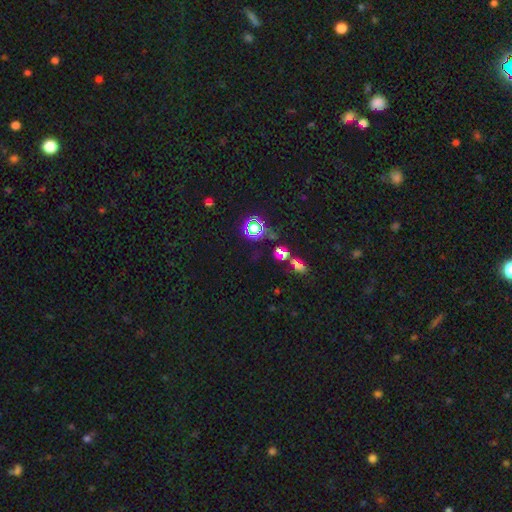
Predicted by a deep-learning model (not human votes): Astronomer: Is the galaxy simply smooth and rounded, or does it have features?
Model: star or artifact — 66%.